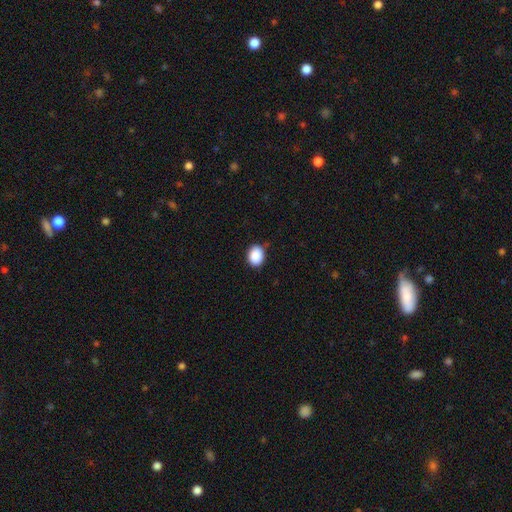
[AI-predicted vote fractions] Q: Smooth or featured?
A: smooth (89%); runner-up: star or artifact (8%)
Q: How rounded?
A: in between (53%); runner-up: round (46%)
Q: Merging?
A: none (82%); runner-up: minor disturbance (14%)